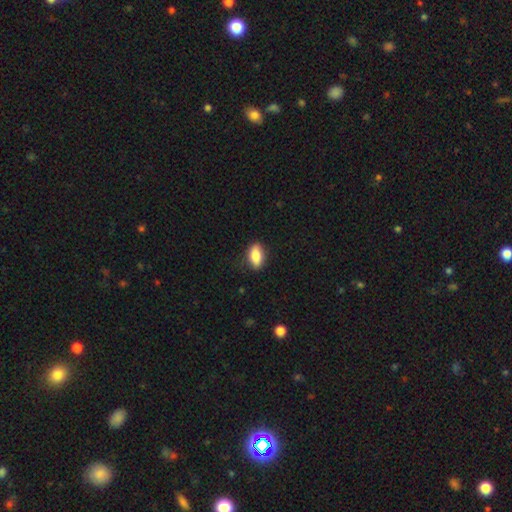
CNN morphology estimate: This appears to be a smooth galaxy with no disk features (84%) that is in between round and cigar-shaped (88%). Merging: none (82%).